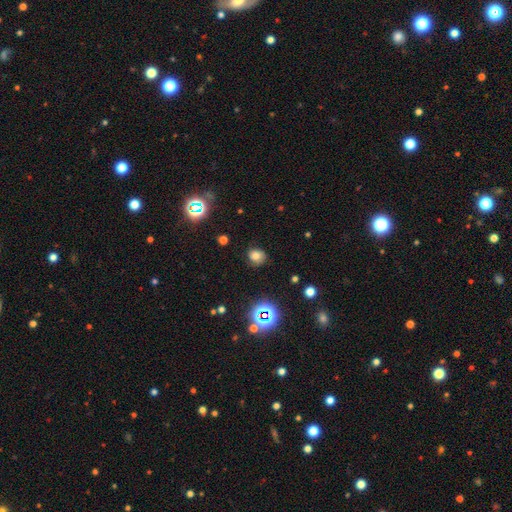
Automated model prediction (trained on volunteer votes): Smooth or featured?
  - smooth: 71% *
  - star or artifact: 20%
  - featured or disk: 9%
How rounded?
  - round: 73% *
  - in between: 26%
  - cigar-shaped: 1%
Merging?
  - none: 80% *
  - minor disturbance: 15%
  - major disturbance: 4%
  - merger: 2%